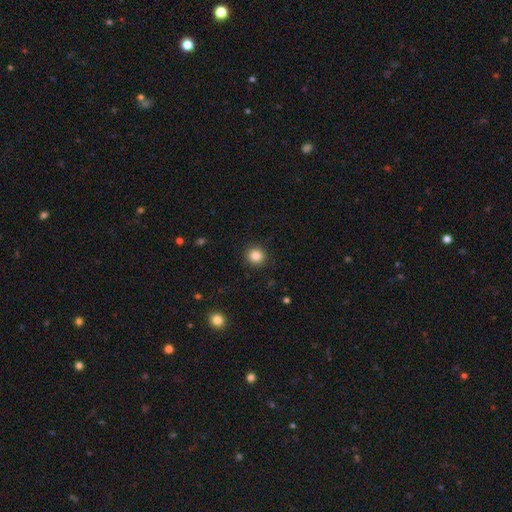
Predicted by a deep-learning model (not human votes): smooth_or_featured: smooth (p=0.86) [alt: star or artifact p=0.10]
how_rounded: round (p=0.91) [alt: in between p=0.08]
merging: none (p=0.91) [alt: minor disturbance p=0.06]